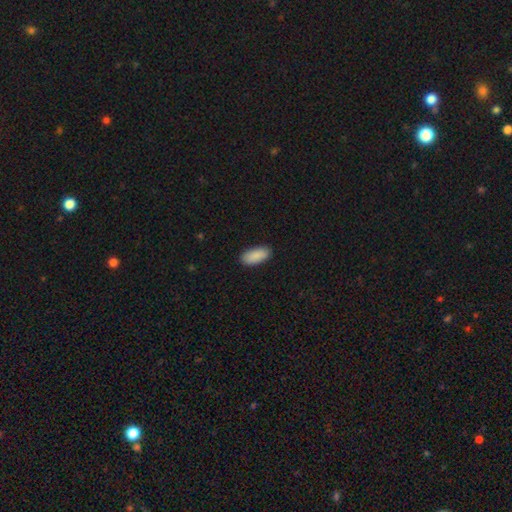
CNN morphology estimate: Smooth or featured? Predicted: smooth (p=0.90). How rounded? Predicted: in between (p=0.90). Merging? Predicted: none (p=0.88).